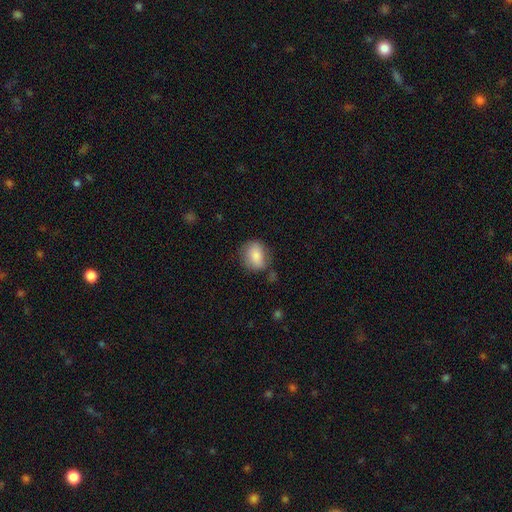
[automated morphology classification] A smooth galaxy with no disk features (83%) that is in between round and cigar-shaped (52%). Merging: none (68%).